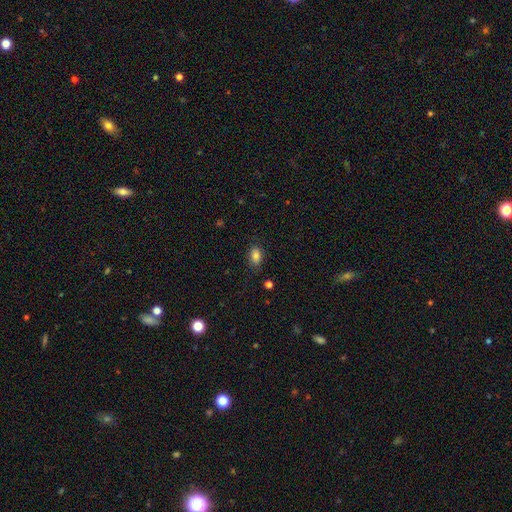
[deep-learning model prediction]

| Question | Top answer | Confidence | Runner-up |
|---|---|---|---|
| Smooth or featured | smooth | 84% | star or artifact (10%) |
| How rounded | in between | 83% | round (15%) |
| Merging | none | 83% | minor disturbance (13%) |